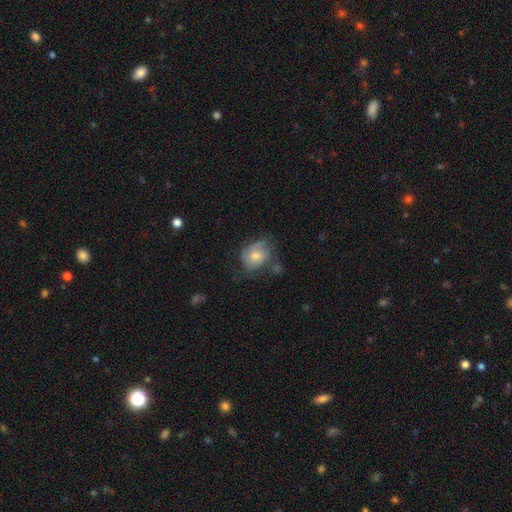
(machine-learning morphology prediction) Q: Smooth or featured?
A: smooth (53%); runner-up: featured or disk (39%)
Q: How rounded?
A: in between (50%); runner-up: round (49%)
Q: Merging?
A: none (41%); runner-up: minor disturbance (32%)